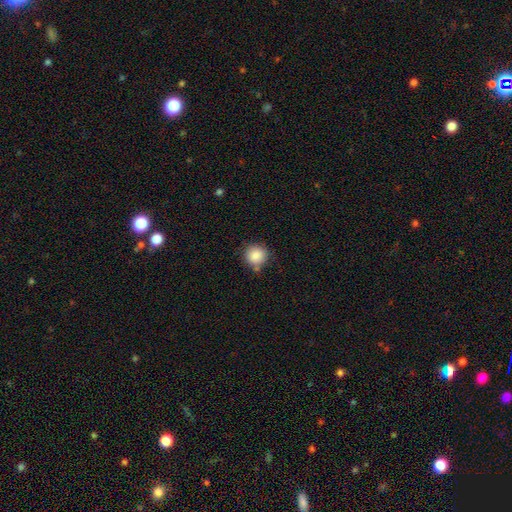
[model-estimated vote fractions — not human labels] Morphology: type=smooth (87%); roundness=round (91%); merging=none (77%).